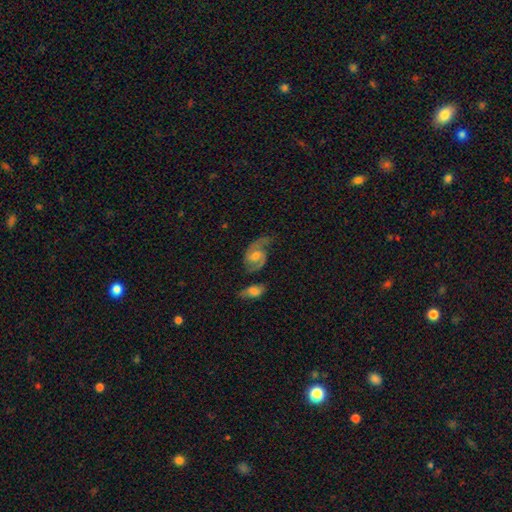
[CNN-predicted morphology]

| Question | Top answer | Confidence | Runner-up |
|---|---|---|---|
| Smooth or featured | featured or disk | 76% | smooth (17%) |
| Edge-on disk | no | 97% | yes (3%) |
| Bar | weak | 50% | no (39%) |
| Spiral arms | yes | 93% | no (7%) |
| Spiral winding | medium | 51% | loose (30%) |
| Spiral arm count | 2 | 85% | 1 (6%) |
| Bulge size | moderate | 60% | small (24%) |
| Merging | none | 52% | minor disturbance (23%) |